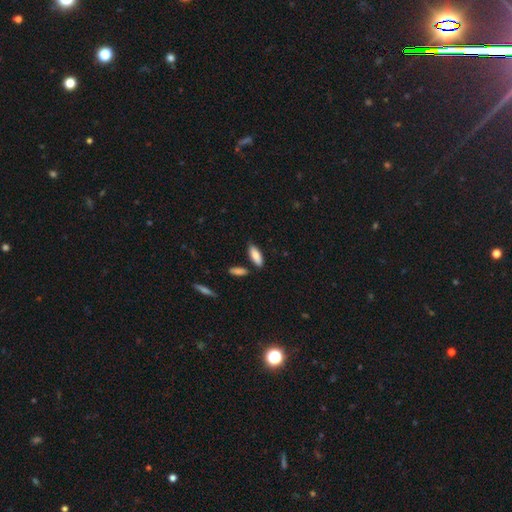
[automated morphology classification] Overall: smooth (83%). How rounded: in between (71%). Merging: none (82%).